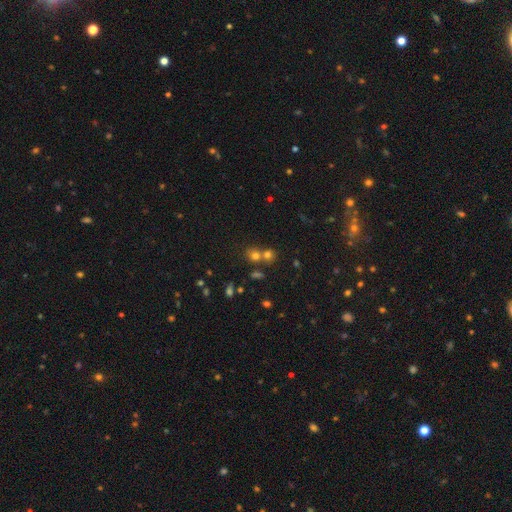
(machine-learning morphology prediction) Overall: smooth (67%). How rounded: round (77%). Merging: none (51%; merger 37%).